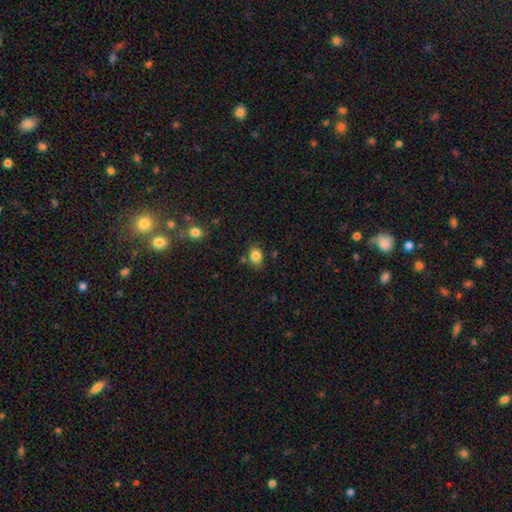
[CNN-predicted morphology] The model was most divided on "how rounded": in between: 56%, round: 43%, cigar-shaped: 1%. More confident: smooth or featured — smooth (84%); merging — none (75%).